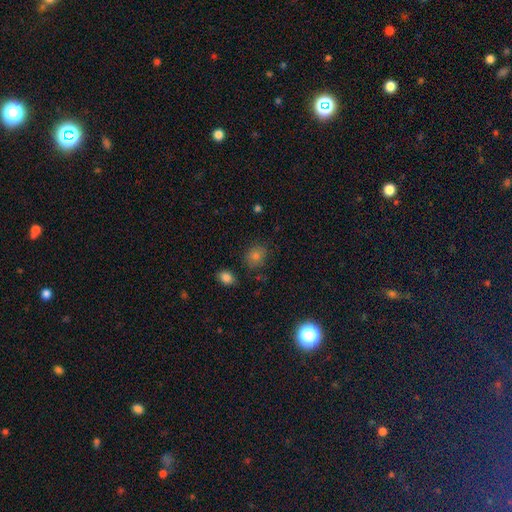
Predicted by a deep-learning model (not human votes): Smooth or featured? Predicted: smooth (p=0.71). How rounded? Predicted: round (p=0.67). Merging? Predicted: none (p=0.80).